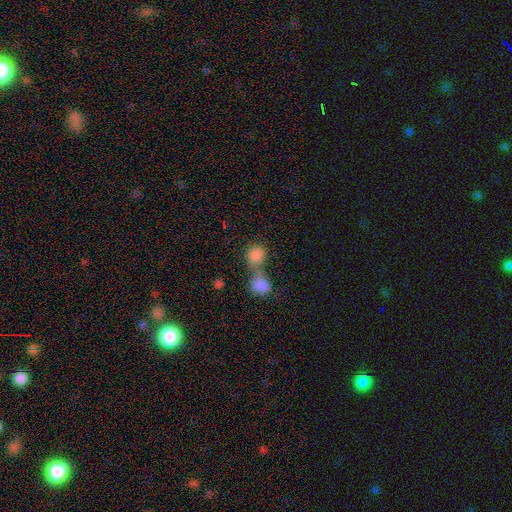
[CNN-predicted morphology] smooth-or-featured: smooth: 83% | star or artifact: 10% | featured or disk: 8%
  how-rounded: round: 65% | in between: 33% | cigar-shaped: 2%
  merging: merger: 63% | none: 26% | minor disturbance: 6% | major disturbance: 5%